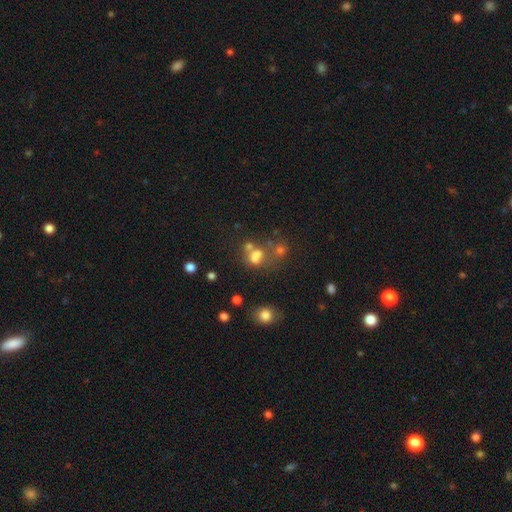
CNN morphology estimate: Smooth or featured: smooth — 61% (star or artifact — 22%)
How rounded: in between — 54% (round — 44%)
Merging: merger — 39% (none — 34%)